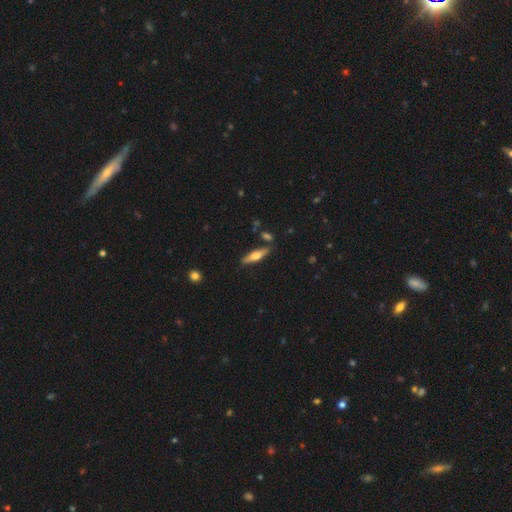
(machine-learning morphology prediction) The model was most divided on "smooth or featured": featured or disk: 54%, smooth: 41%, star or artifact: 6%. More confident: edge-on disk — yes (93%); edge-on bulge — rounded (93%); merging — none (85%).